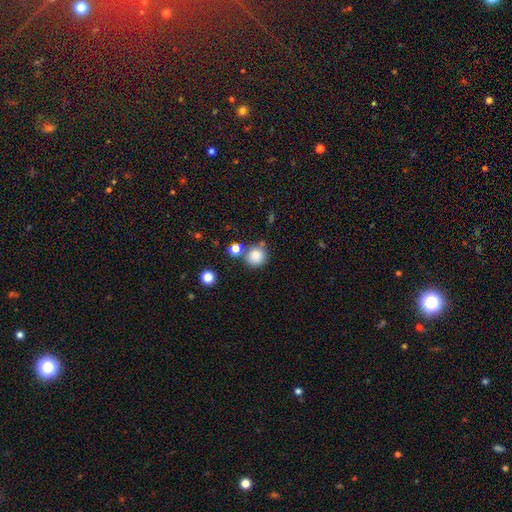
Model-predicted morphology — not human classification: Smooth or featured: smooth — 82% (star or artifact — 11%)
How rounded: round — 89% (in between — 10%)
Merging: none — 69% (merger — 14%)